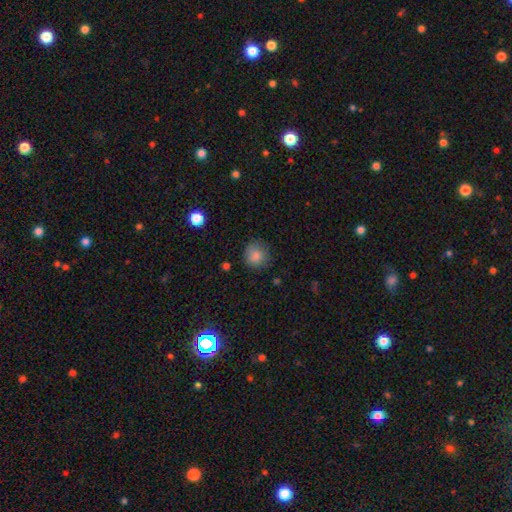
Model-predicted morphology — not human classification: Overall: smooth (85%). How rounded: round (89%). Merging: none (80%).